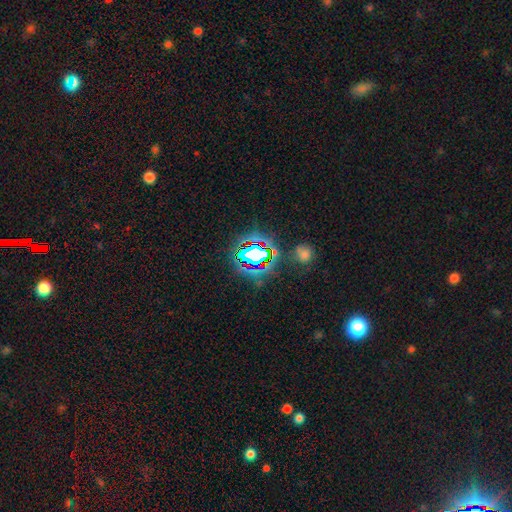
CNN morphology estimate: This appears to be a star or artifact, not a galaxy (66%).